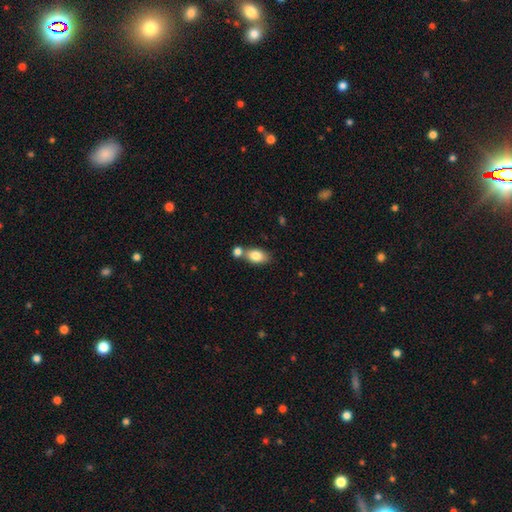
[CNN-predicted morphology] Overall: smooth (82%). How rounded: in between (86%). Merging: none (50%; merger 36%).